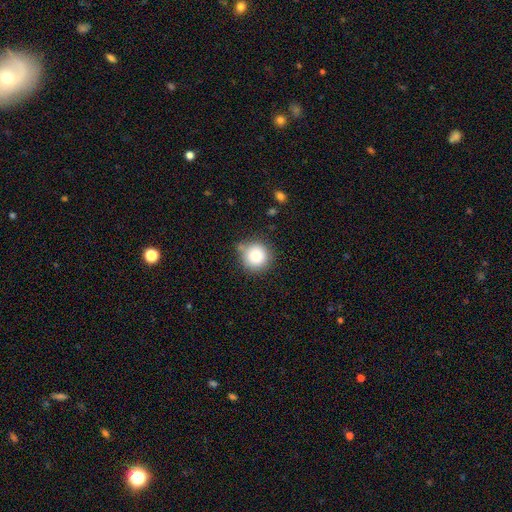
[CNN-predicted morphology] Smooth or featured? smooth (84%)
How rounded? round (93%)
Merging? none (74%)